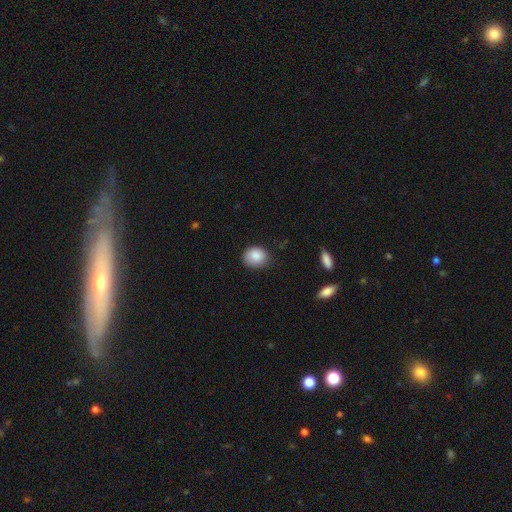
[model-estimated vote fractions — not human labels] Morphology: type=smooth (87%); roundness=round (64%); merging=none (77%).